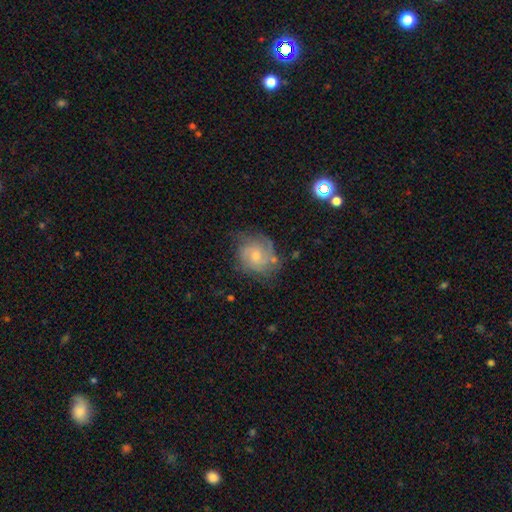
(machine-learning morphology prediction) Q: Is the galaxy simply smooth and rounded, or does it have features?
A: featured or disk — 60%.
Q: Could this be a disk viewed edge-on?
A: no — 97%.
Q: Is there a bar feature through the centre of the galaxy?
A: no — 72%.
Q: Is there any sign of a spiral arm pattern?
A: yes — 84%.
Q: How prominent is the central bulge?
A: small — 54%.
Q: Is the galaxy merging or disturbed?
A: none — 63%.